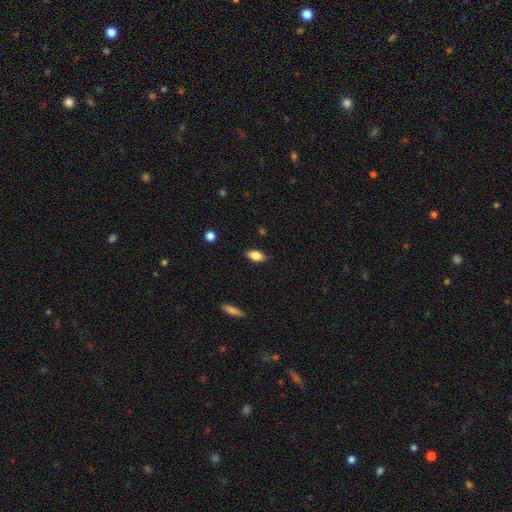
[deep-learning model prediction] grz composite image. It shows a smooth galaxy with no disk features (82%) that is in between round and cigar-shaped (89%). Merging: none (84%).